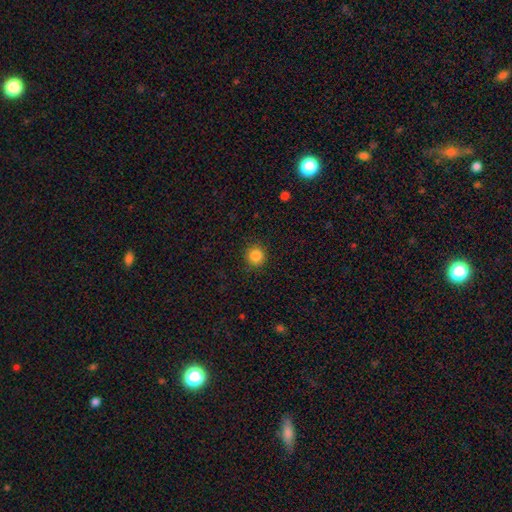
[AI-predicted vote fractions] smooth_or_featured: smooth (p=0.85) [alt: star or artifact p=0.11]
how_rounded: round (p=0.94) [alt: in between p=0.06]
merging: none (p=0.90) [alt: minor disturbance p=0.07]